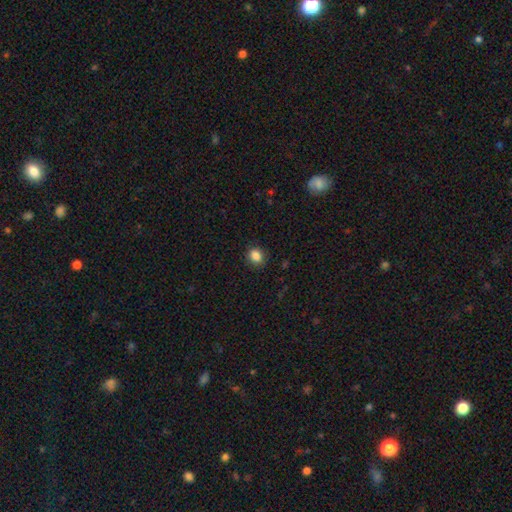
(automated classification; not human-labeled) Q: Smooth or featured?
A: smooth (85%); runner-up: star or artifact (11%)
Q: How rounded?
A: round (70%); runner-up: in between (29%)
Q: Merging?
A: none (87%); runner-up: minor disturbance (9%)